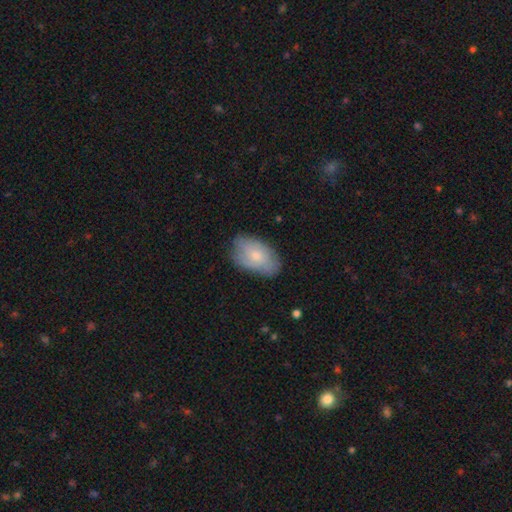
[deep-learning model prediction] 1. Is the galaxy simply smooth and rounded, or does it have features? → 68% smooth, 26% featured or disk, 6% star or artifact.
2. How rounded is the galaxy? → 92% in between, 6% round, 2% cigar-shaped.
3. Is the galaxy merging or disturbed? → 71% none, 23% minor disturbance, 5% major disturbance, 1% merger.